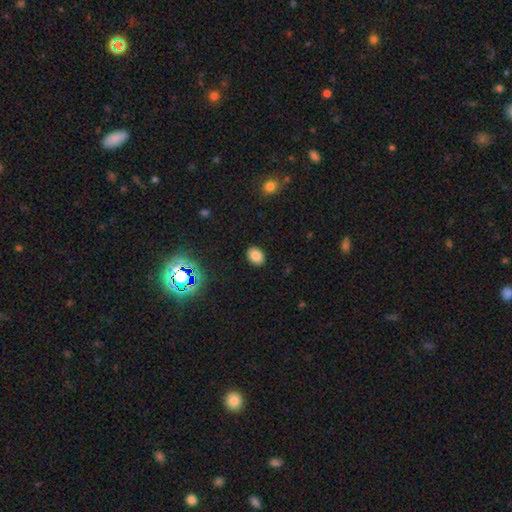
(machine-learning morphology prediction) Smooth or featured? smooth (83%)
How rounded? in between (76%)
Merging? none (89%)